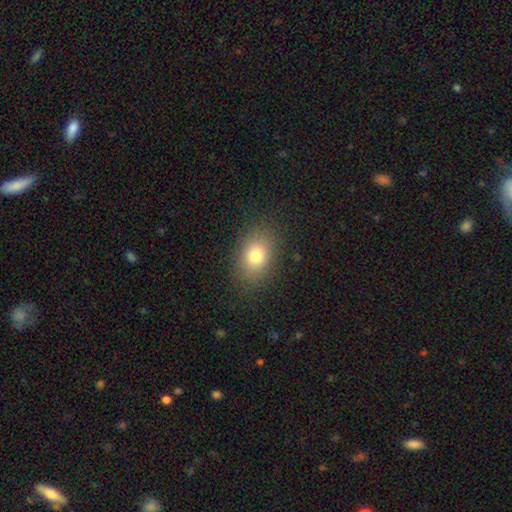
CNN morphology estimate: Smooth or featured? smooth (78%)
How rounded? in between (76%)
Merging? none (85%)